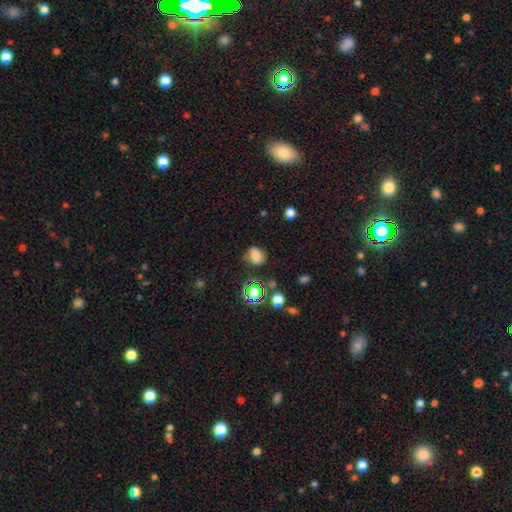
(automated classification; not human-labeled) Overall: smooth (70%). How rounded: in between (50%; round 48%). Merging: none (59%; minor disturbance 25%).